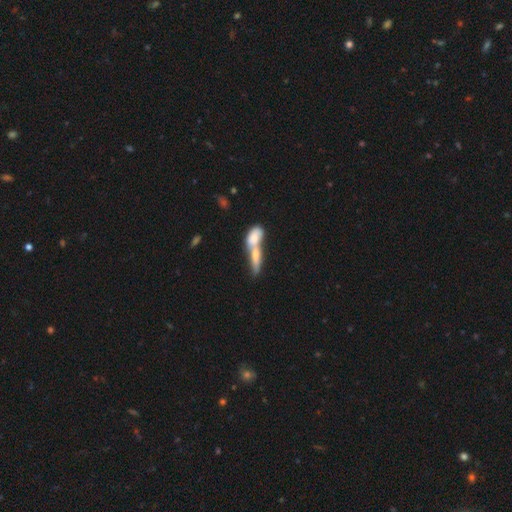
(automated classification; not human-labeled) A smooth galaxy with no disk features (64%) that is in between round and cigar-shaped (48%).

Vote fractions:
- Smooth or featured? smooth: 64% / featured or disk: 29% / star or artifact: 7%
- How rounded? in between: 48% / cigar-shaped: 46% / round: 6%
- Merging? merger: 73% / none: 17% / minor disturbance: 6% / major disturbance: 4%